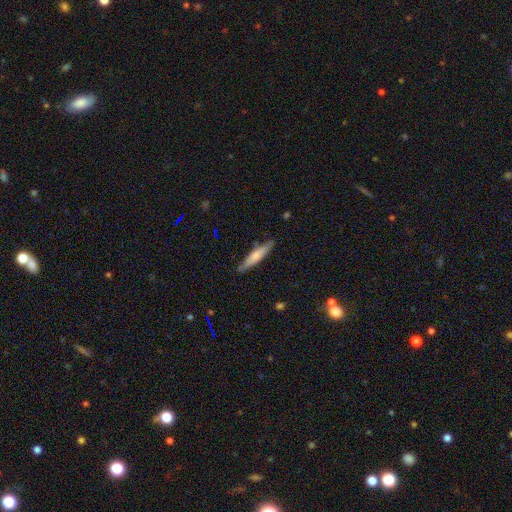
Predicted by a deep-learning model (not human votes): Q: Smooth or featured?
A: smooth (62%); runner-up: featured or disk (32%)
Q: How rounded?
A: cigar-shaped (86%); runner-up: in between (12%)
Q: Merging?
A: none (84%); runner-up: minor disturbance (12%)